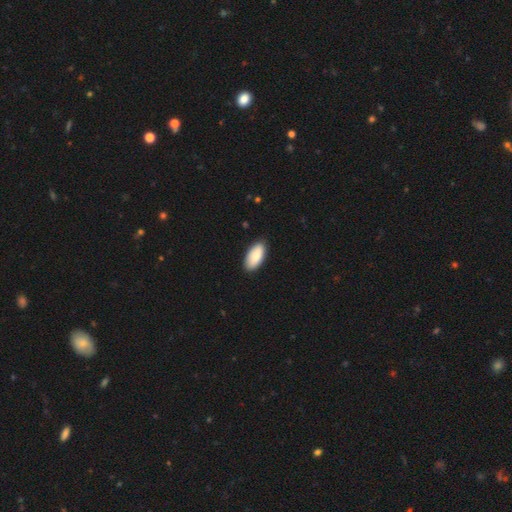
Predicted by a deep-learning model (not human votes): smooth 86%, featured or disk 9%, star or artifact 6%. Down the decision tree: how rounded — in between (92%); merging — none (87%).